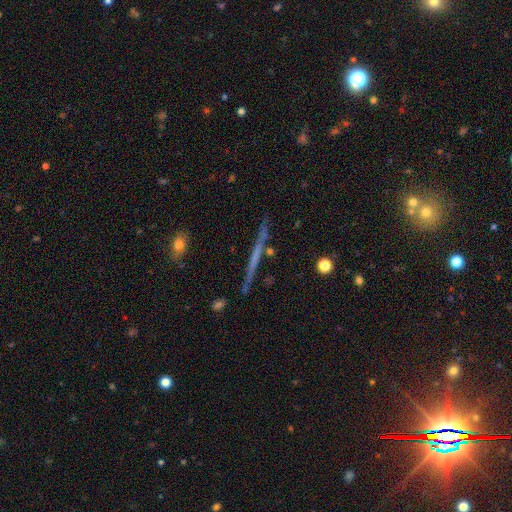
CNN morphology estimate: Overall: featured or disk (63%; smooth 29%). Edge-on disk: yes (97%). Edge-on bulge: none (84%). Merging: none (89%).